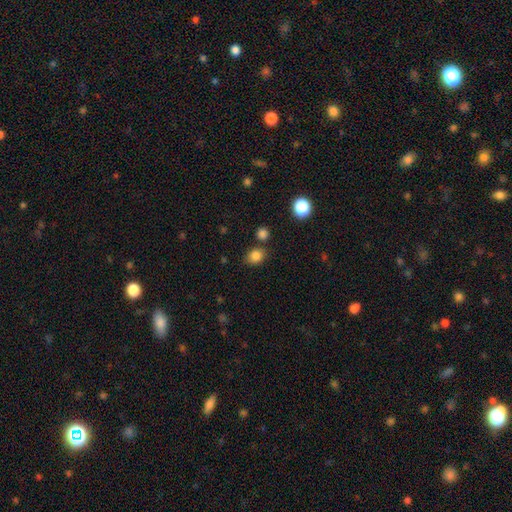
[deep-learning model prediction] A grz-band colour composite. It shows a smooth galaxy with no disk features (84%) that is round (50%). Merging: none (75%).